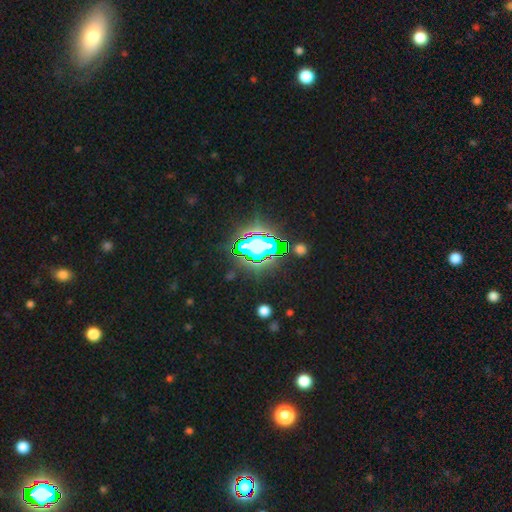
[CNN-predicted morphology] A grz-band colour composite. It shows a star or artifact, not a galaxy (77%).